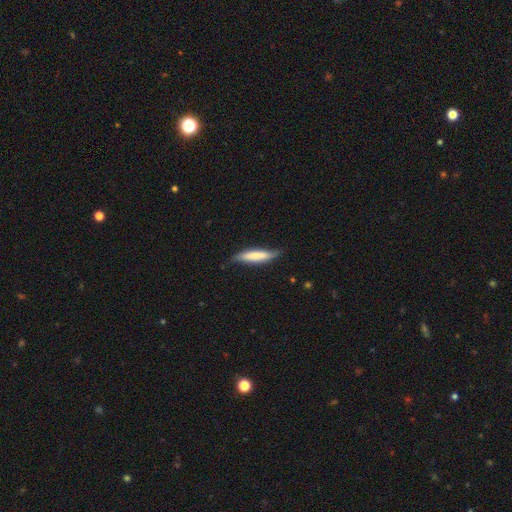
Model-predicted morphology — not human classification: This is likely a smooth galaxy (68%). How rounded: clearly cigar-shaped (81%). Merging: likely none (69%).